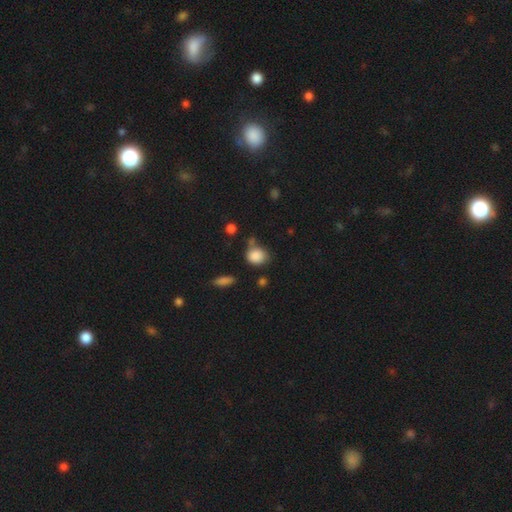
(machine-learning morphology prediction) type=smooth (86%); roundness=round (64%); merging=none (63%).